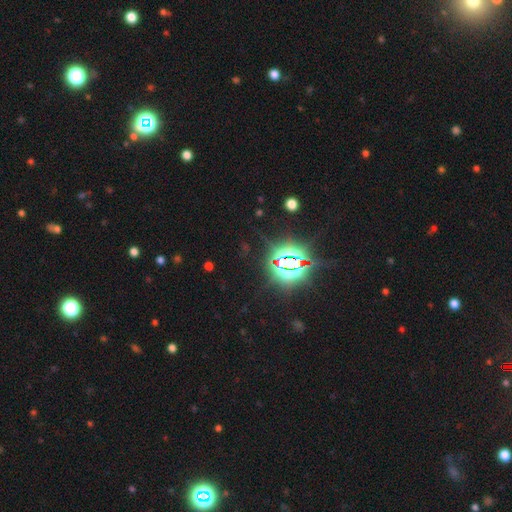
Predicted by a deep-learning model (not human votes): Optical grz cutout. It shows a star or artifact, not a galaxy (85%).